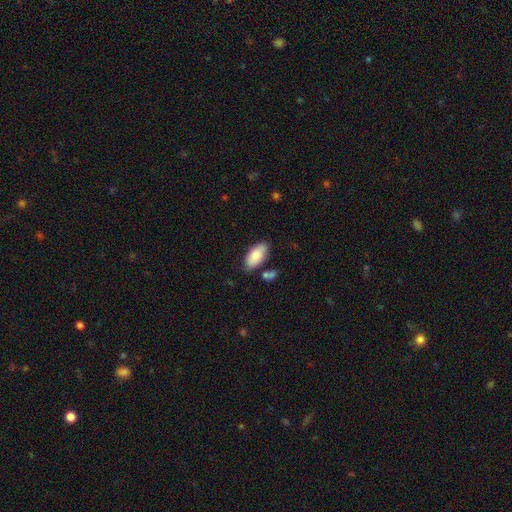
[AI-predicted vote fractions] Morphology: type=smooth (84%); roundness=in between (93%); merging=none (74%).